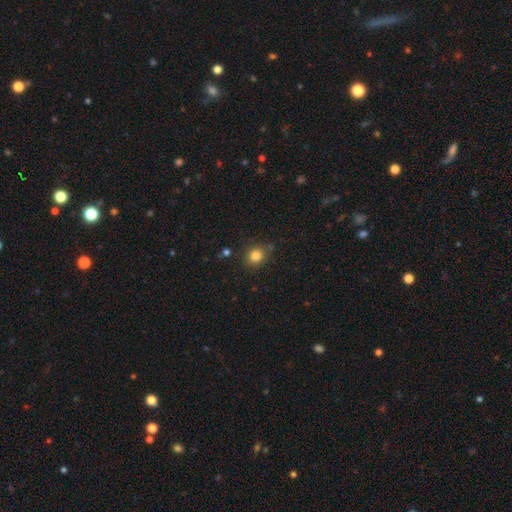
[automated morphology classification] A smooth galaxy with no disk features (82%) that is round (75%). Merging: none (80%).